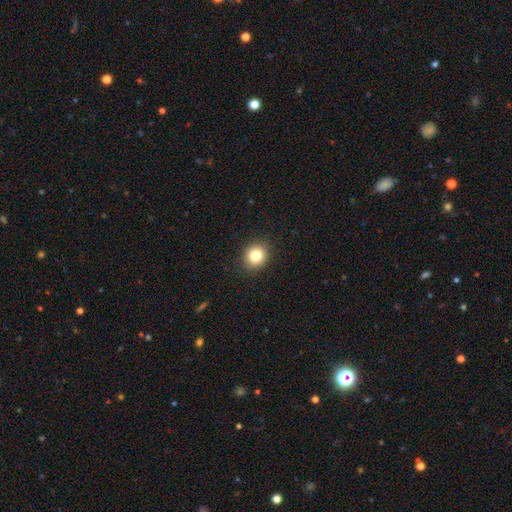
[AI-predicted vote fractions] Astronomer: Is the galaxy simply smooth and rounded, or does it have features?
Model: smooth — 82%.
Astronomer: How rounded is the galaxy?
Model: round — 79%.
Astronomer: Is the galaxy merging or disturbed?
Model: none — 91%.